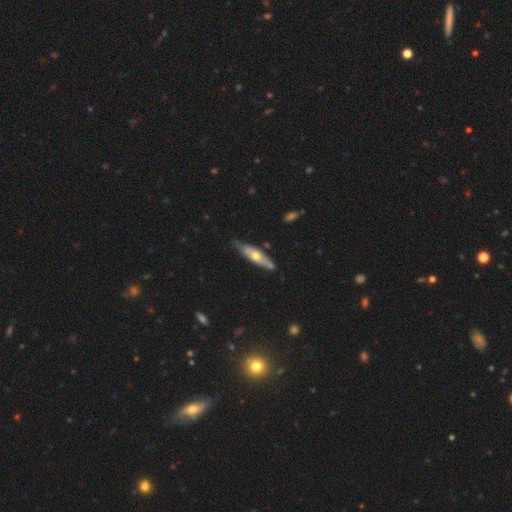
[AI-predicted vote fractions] featured or disk 55%, smooth 40%, star or artifact 5%. Down the decision tree: edge-on disk — yes (70%); merging — none (74%).